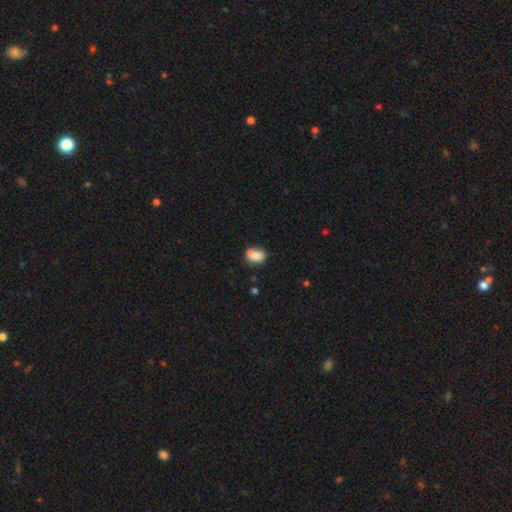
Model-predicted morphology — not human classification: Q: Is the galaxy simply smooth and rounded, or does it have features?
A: smooth — 78%.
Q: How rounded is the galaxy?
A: in between — 68%.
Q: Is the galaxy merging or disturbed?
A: none — 50%.